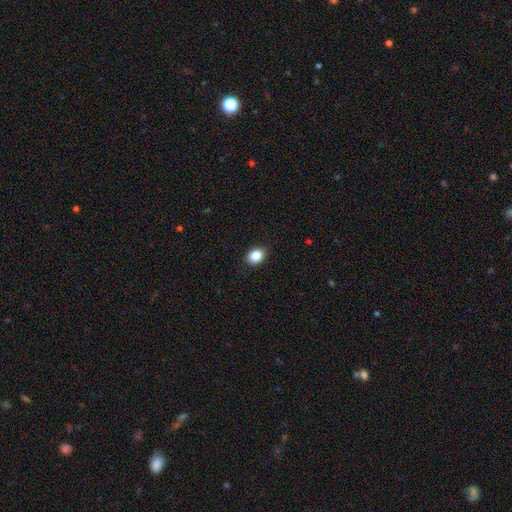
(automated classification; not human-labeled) Q: Smooth or featured?
A: smooth (87%); runner-up: star or artifact (9%)
Q: How rounded?
A: in between (55%); runner-up: round (44%)
Q: Merging?
A: none (90%); runner-up: minor disturbance (7%)